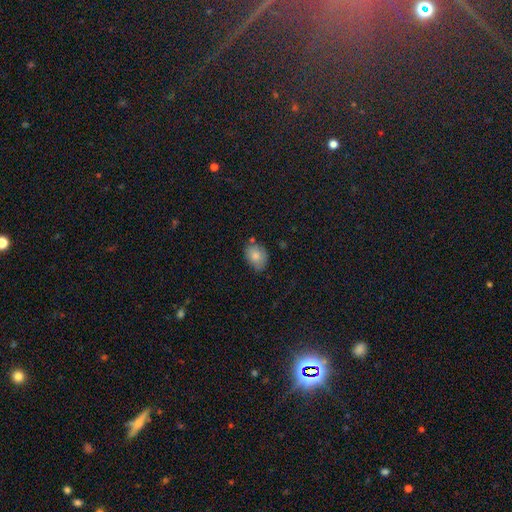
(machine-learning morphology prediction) A smooth galaxy with no disk features (82%) that is in between round and cigar-shaped (63%). Merging: none (63%).